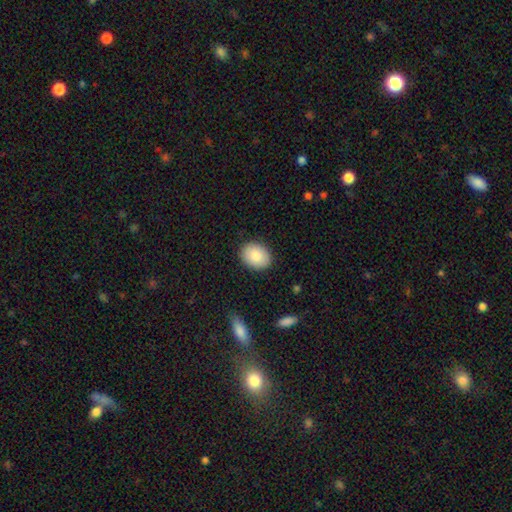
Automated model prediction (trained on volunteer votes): Morphology: type=smooth (86%); roundness=in between (62%); merging=none (88%).